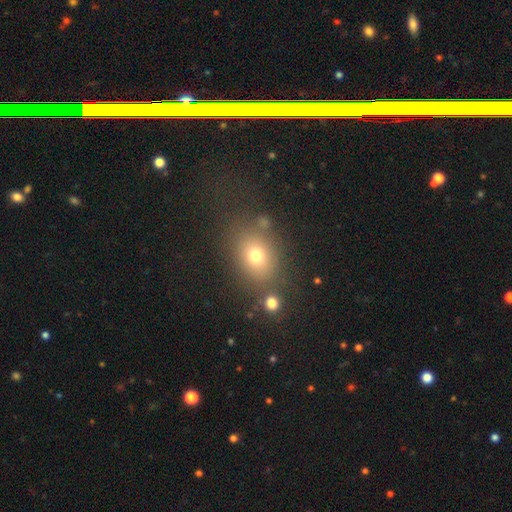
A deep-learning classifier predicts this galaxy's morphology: smooth_or_featured: smooth (p=0.72) [alt: star or artifact p=0.16]
how_rounded: in between (p=0.53) [alt: round p=0.46]
merging: none (p=0.73) [alt: minor disturbance p=0.13]